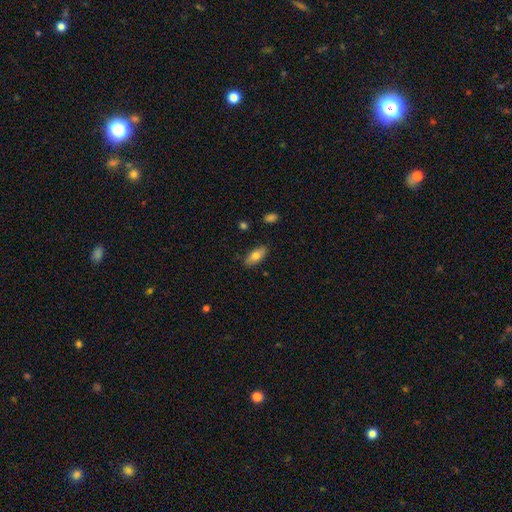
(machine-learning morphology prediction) Smooth or featured? smooth (75%)
How rounded? in between (81%)
Merging? none (85%)